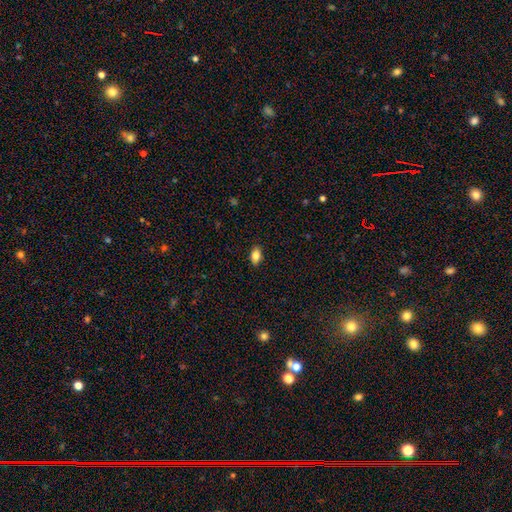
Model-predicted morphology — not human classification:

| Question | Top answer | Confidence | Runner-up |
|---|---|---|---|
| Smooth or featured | smooth | 84% | star or artifact (9%) |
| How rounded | in between | 89% | round (8%) |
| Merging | none | 88% | minor disturbance (9%) |